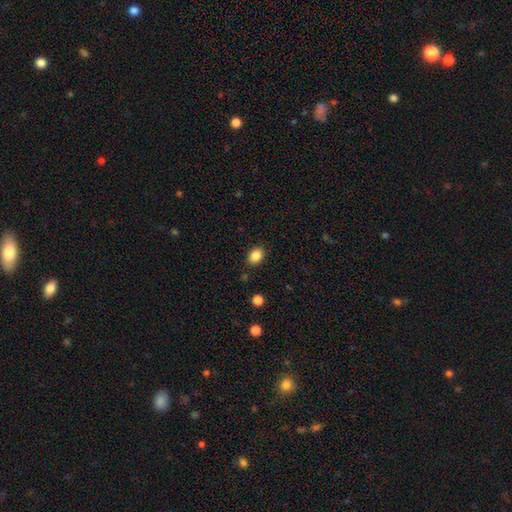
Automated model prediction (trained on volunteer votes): The model was most divided on "how rounded": in between: 68%, round: 31%, cigar-shaped: 1%. More confident: smooth or featured — smooth (86%); merging — none (86%).